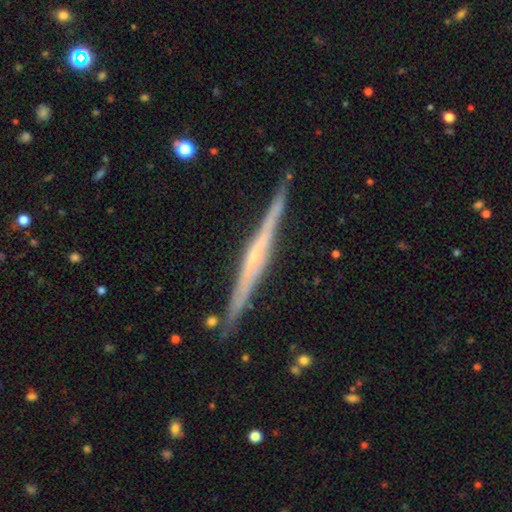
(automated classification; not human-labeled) Overall: featured or disk (79%). Edge-on disk: yes (98%). Edge-on bulge: none (49%; rounded 40%). Merging: none (88%).